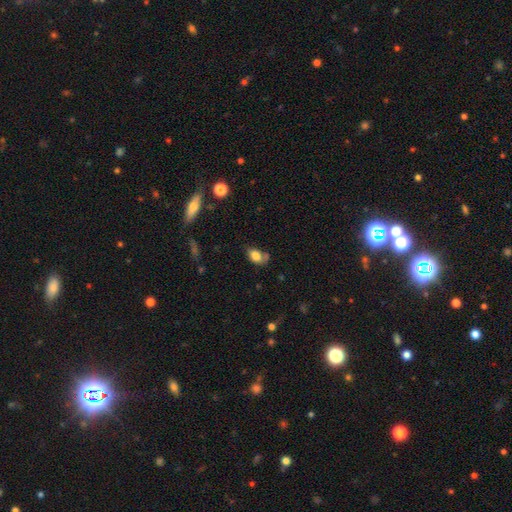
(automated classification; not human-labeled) smooth 81%, featured or disk 10%, star or artifact 9%. Down the decision tree: how rounded — in between (87%); merging — none (51%).